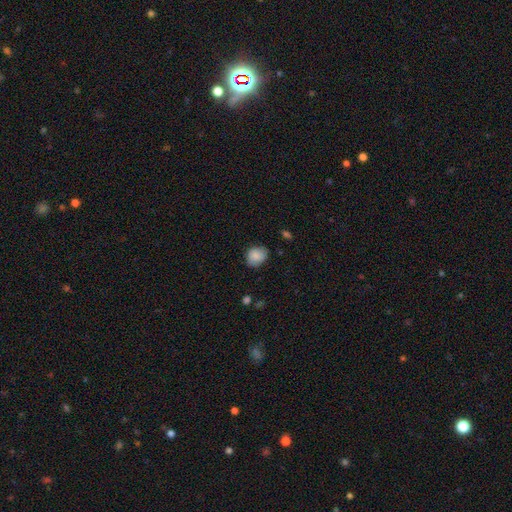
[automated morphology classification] Smooth or featured?
  - smooth: 84% *
  - featured or disk: 8%
  - star or artifact: 8%
How rounded?
  - round: 61% *
  - in between: 38%
  - cigar-shaped: 1%
Merging?
  - none: 75% *
  - minor disturbance: 20%
  - major disturbance: 4%
  - merger: 1%